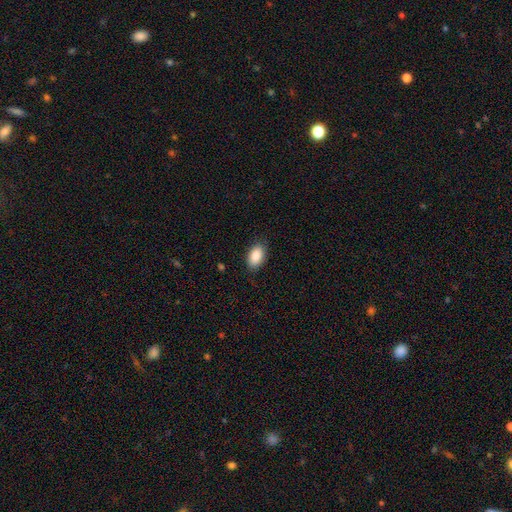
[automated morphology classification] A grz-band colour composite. It shows a smooth galaxy with no disk features (88%) that is in between round and cigar-shaped (92%). Merging: none (86%).